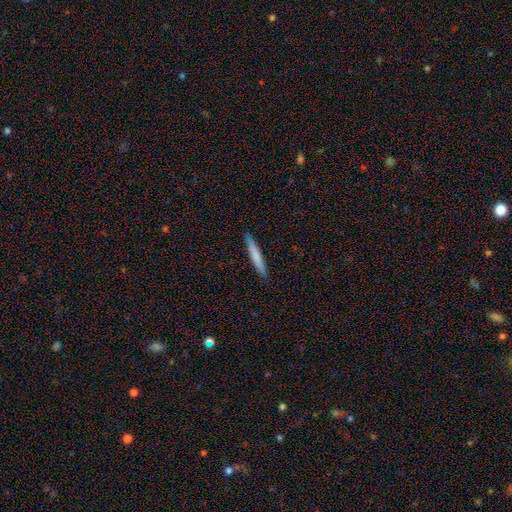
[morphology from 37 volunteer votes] This is likely a smooth galaxy (68%). How rounded: clearly cigar-shaped (100%). Merging: clearly none (89%).